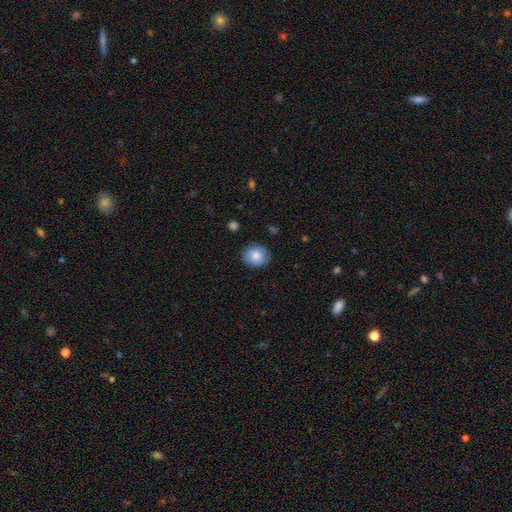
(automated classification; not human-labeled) A smooth galaxy with no disk features (83%) that is round (78%).

Vote fractions:
- Smooth or featured? smooth: 83% / featured or disk: 9% / star or artifact: 8%
- How rounded? round: 78% / in between: 22% / cigar-shaped: 1%
- Merging? none: 86% / minor disturbance: 11% / major disturbance: 2% / merger: 1%